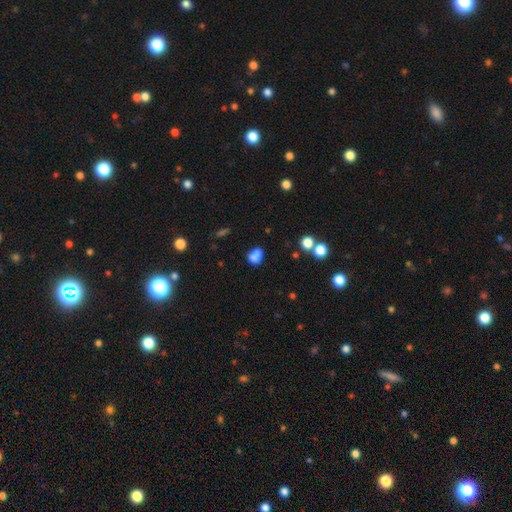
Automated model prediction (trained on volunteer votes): Q: Smooth or featured?
A: smooth (76%); runner-up: star or artifact (13%)
Q: How rounded?
A: in between (61%); runner-up: round (37%)
Q: Merging?
A: none (40%); runner-up: merger (36%)